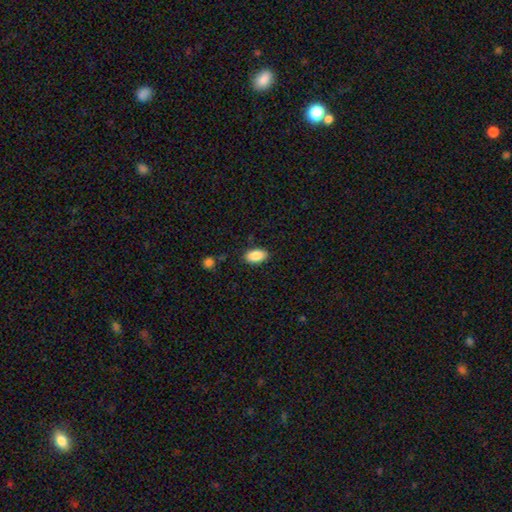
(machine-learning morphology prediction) smooth_or_featured: smooth (p=0.88) [alt: star or artifact p=0.07]
how_rounded: in between (p=0.93) [alt: round p=0.04]
merging: none (p=0.86) [alt: minor disturbance p=0.10]